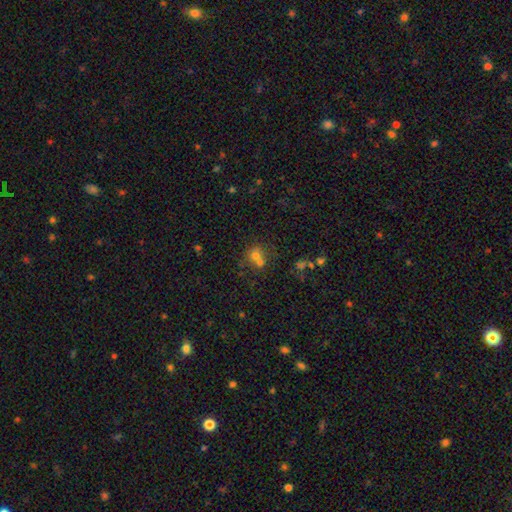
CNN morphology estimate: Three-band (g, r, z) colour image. It shows a smooth galaxy with no disk features (63%) that is round (79%). Merging: merger (47%).